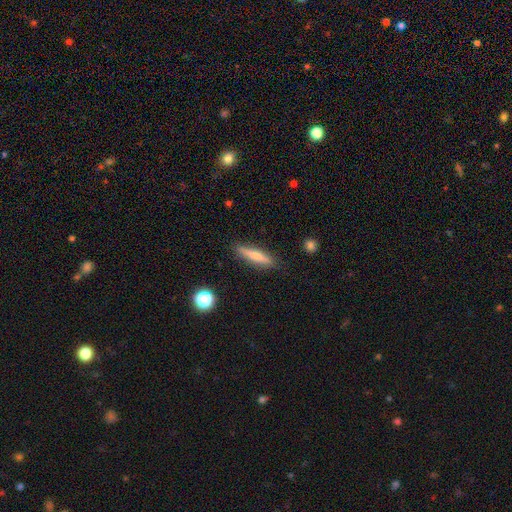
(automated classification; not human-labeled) Q: Smooth or featured?
A: smooth (65%); runner-up: featured or disk (28%)
Q: How rounded?
A: cigar-shaped (86%); runner-up: in between (12%)
Q: Merging?
A: none (87%); runner-up: minor disturbance (9%)